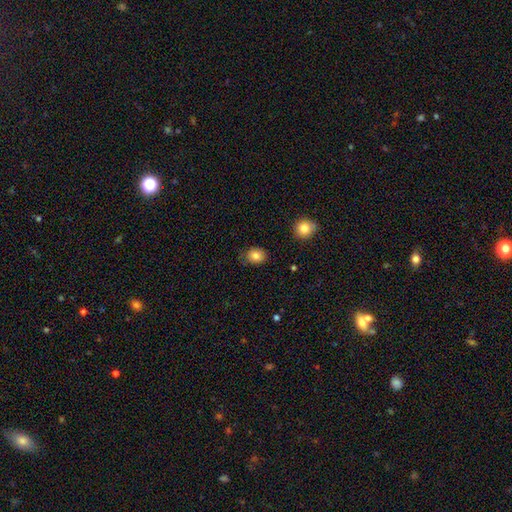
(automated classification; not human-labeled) Smooth or featured: smooth — 84% (star or artifact — 10%)
How rounded: round — 51% (in between — 48%)
Merging: none — 79% (minor disturbance — 16%)